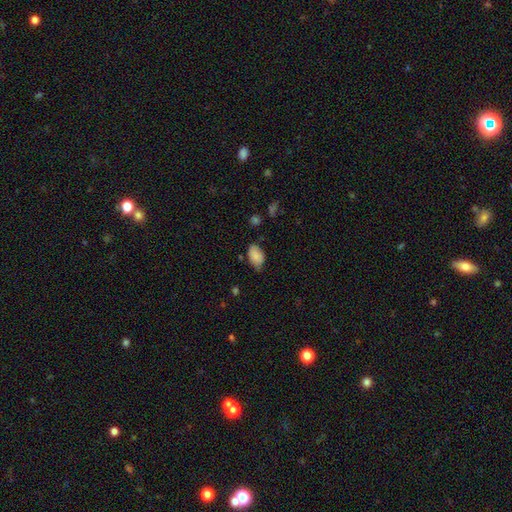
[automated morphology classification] Smooth or featured? smooth (85%)
How rounded? in between (92%)
Merging? none (61%)